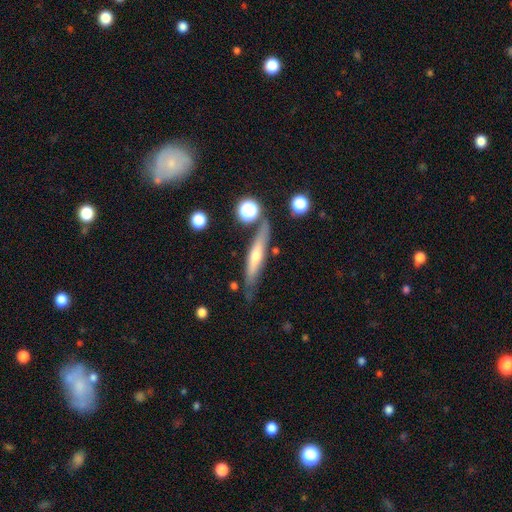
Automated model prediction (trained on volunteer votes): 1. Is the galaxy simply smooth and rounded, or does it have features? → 54% featured or disk, 38% smooth, 8% star or artifact.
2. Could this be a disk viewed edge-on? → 88% yes, 12% no.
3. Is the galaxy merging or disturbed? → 74% none, 16% minor disturbance, 6% merger, 4% major disturbance.